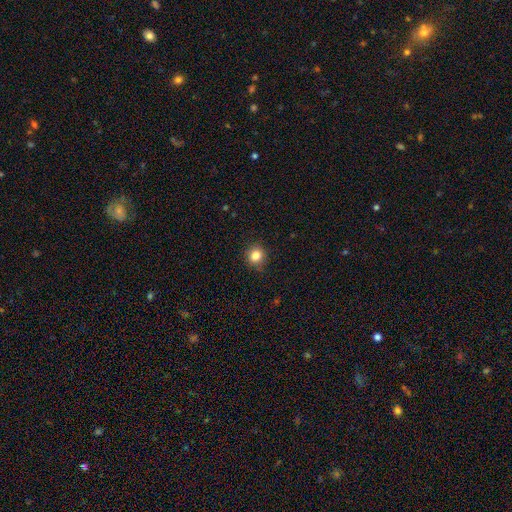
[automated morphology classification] A smooth galaxy with no disk features (83%) that is round (85%). Merging: none (86%).